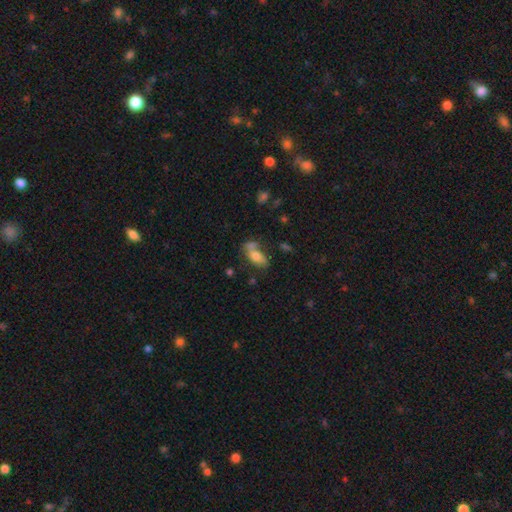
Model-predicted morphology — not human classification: Smooth or featured? smooth (71%)
How rounded? in between (84%)
Merging? none (45%)